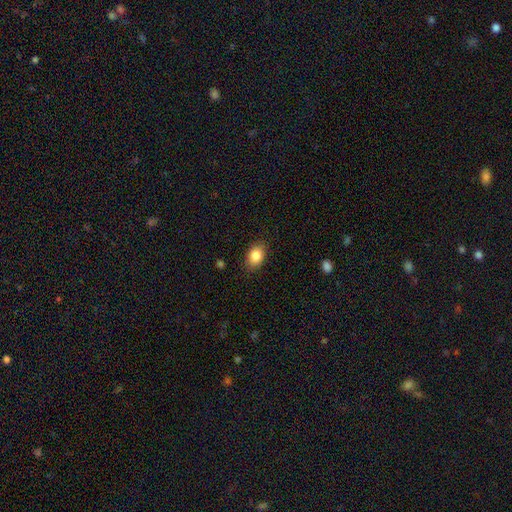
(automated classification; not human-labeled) Smooth or featured? Predicted: smooth (p=0.86). How rounded? Predicted: in between (p=0.79). Merging? Predicted: none (p=0.84).